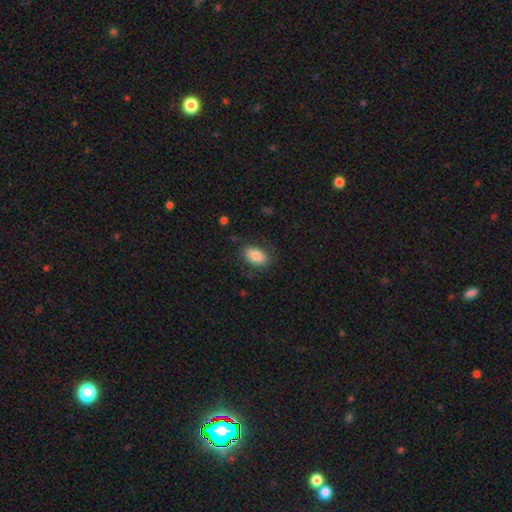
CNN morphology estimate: smooth_or_featured: smooth (p=0.81) [alt: featured or disk p=0.11]
how_rounded: in between (p=0.90) [alt: round p=0.09]
merging: none (p=0.78) [alt: minor disturbance p=0.15]